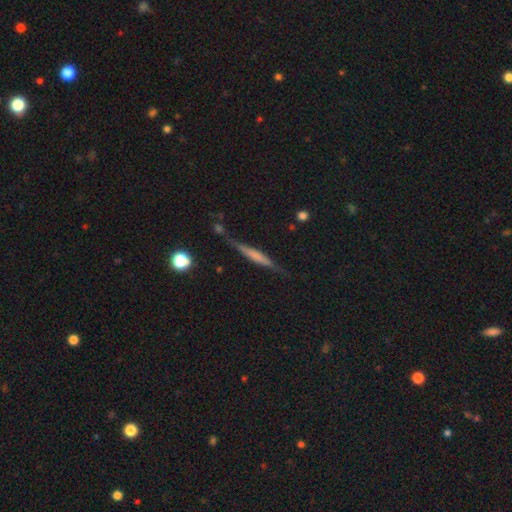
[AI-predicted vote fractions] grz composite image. It shows a featured or disk galaxy (54%) viewed edge-on (95%) with no central bulge (44%). Merging: none (74%).